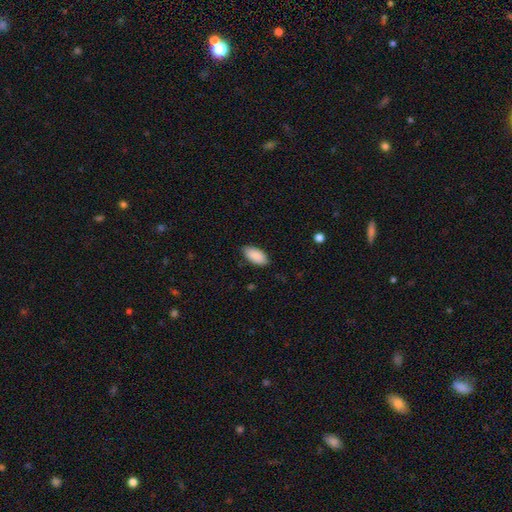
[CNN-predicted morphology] smooth-or-featured: smooth: 91% | star or artifact: 6% | featured or disk: 3%
  how-rounded: in between: 93% | cigar-shaped: 5% | round: 2%
  merging: none: 84% | minor disturbance: 12% | major disturbance: 2% | merger: 1%